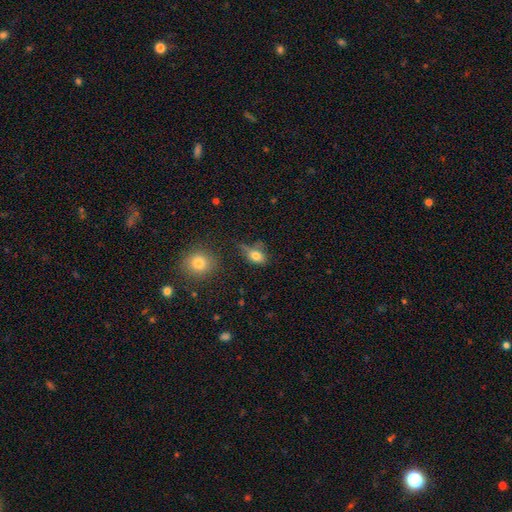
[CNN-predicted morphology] A smooth galaxy with no disk features (78%) that is in between round and cigar-shaped (71%). Merging: none (50%).